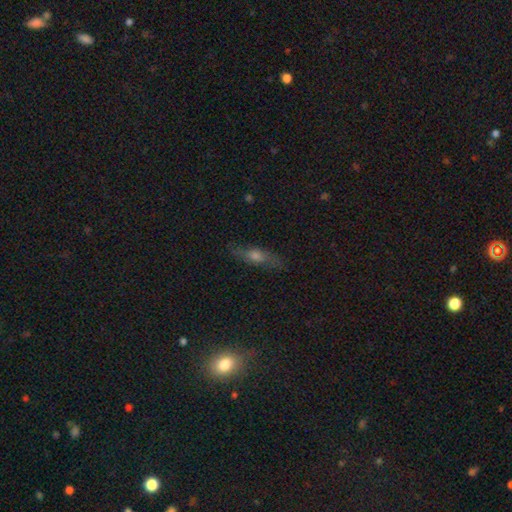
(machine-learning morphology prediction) This appears to be a featured or disk galaxy (49%). Merging: none (80%).